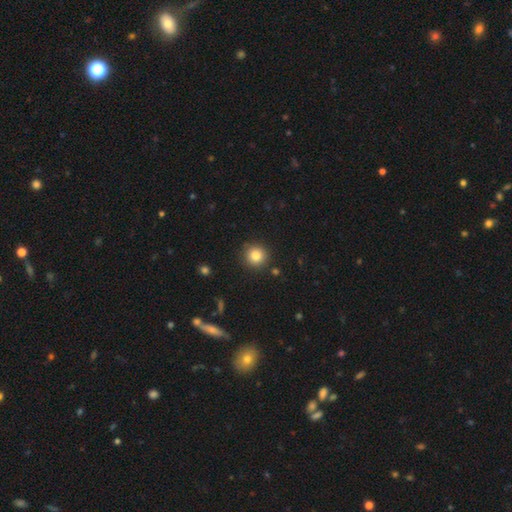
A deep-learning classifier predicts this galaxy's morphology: Smooth or featured? smooth (83%)
How rounded? round (94%)
Merging? none (90%)